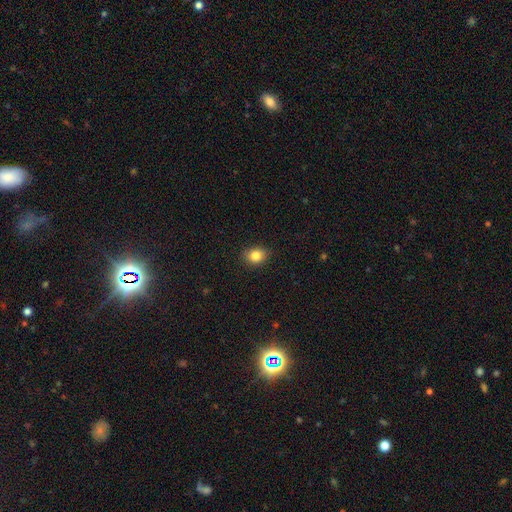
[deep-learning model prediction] A smooth galaxy with no disk features (84%) that is round (50%).

Vote fractions:
- Smooth or featured? smooth: 84% / star or artifact: 10% / featured or disk: 6%
- How rounded? round: 50% / in between: 49% / cigar-shaped: 1%
- Merging? none: 88% / minor disturbance: 9% / major disturbance: 2% / merger: 1%